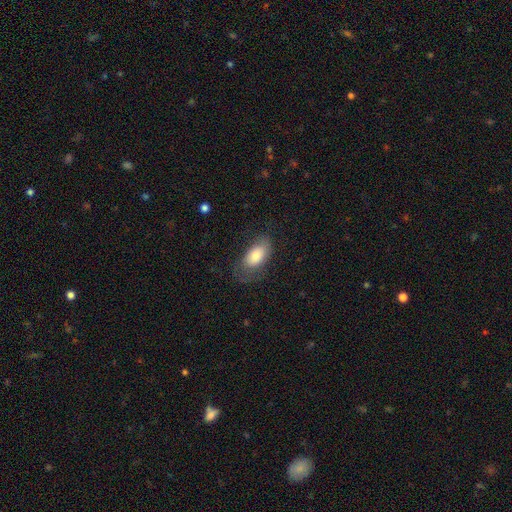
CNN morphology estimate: The model was most divided on "merging": none: 58%, minor disturbance: 25%, major disturbance: 16%, merger: 1%. More confident: how rounded — in between (92%); smooth or featured — smooth (75%).